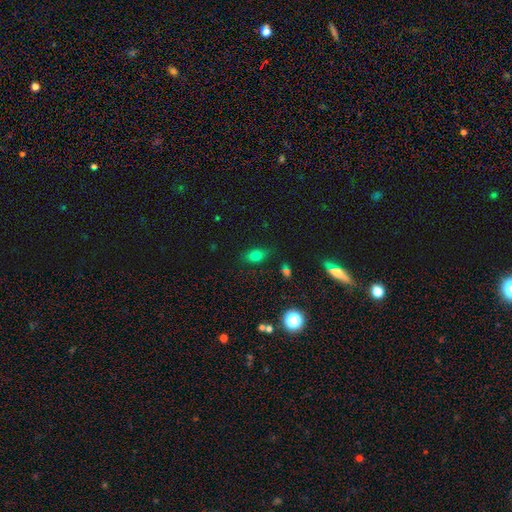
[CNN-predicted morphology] smooth 75%, star or artifact 17%, featured or disk 8%. Down the decision tree: how rounded — in between (80%); merging — none (76%).